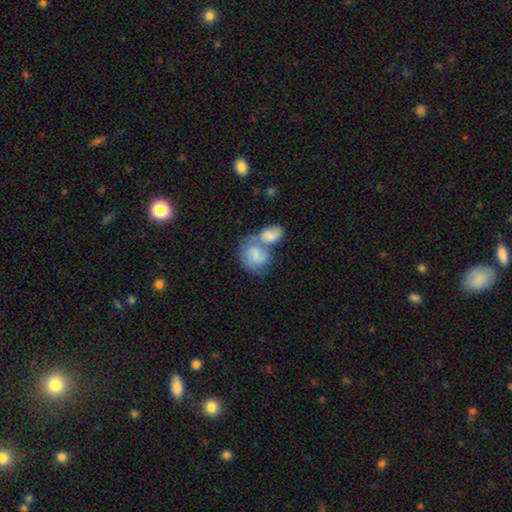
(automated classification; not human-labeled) The model was most divided on "how rounded": in between: 57%, round: 42%, cigar-shaped: 1%. More confident: merging — merger (70%); smooth or featured — smooth (66%).